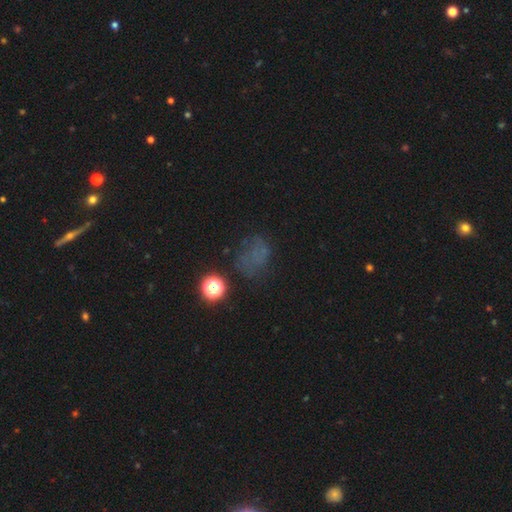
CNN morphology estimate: Smooth or featured?
  - smooth: 41% *
  - star or artifact: 38%
  - featured or disk: 21%
Merging?
  - none: 53% *
  - major disturbance: 21%
  - minor disturbance: 21%
  - merger: 5%